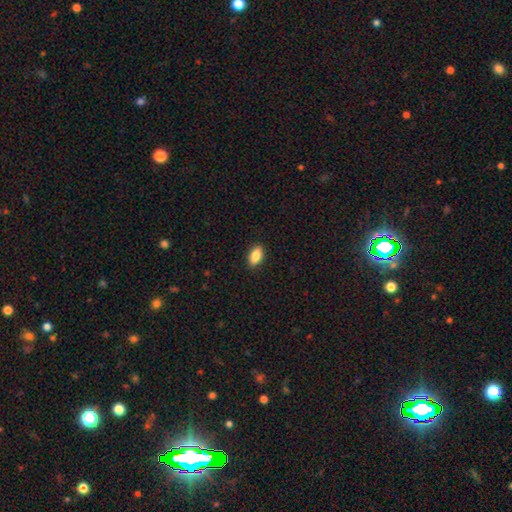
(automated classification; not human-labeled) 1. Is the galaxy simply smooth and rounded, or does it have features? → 85% smooth, 8% featured or disk, 7% star or artifact.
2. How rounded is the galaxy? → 89% in between, 7% cigar-shaped, 5% round.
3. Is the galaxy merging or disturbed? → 89% none, 8% minor disturbance, 2% major disturbance, 1% merger.